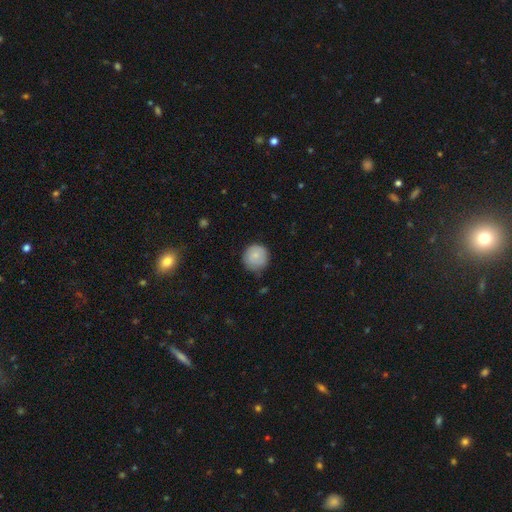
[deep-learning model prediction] Q: Smooth or featured?
A: smooth (83%); runner-up: featured or disk (10%)
Q: How rounded?
A: round (94%); runner-up: in between (5%)
Q: Merging?
A: none (77%); runner-up: minor disturbance (18%)